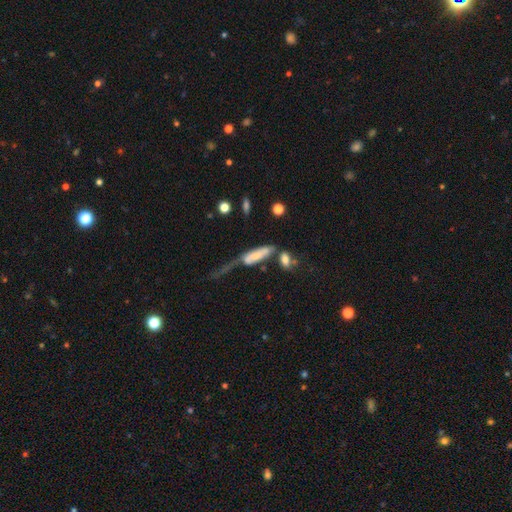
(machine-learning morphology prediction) A smooth galaxy with no disk features (59%) that is in between round and cigar-shaped (52%). Merging: major disturbance (36%).